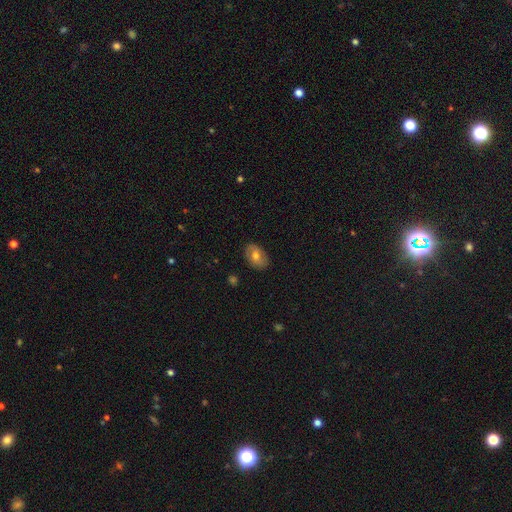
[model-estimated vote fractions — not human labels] Smooth or featured? smooth (63%)
How rounded? in between (86%)
Merging? none (84%)